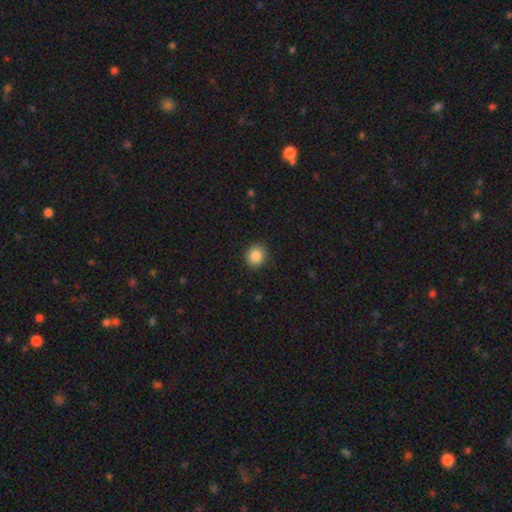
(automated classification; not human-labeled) This appears to be a smooth galaxy with no disk features (86%) that is round (82%). Merging: none (89%).